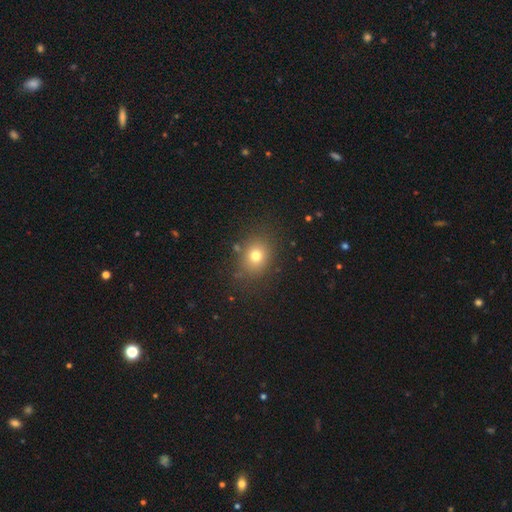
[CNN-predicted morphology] smooth 74%, star or artifact 15%, featured or disk 11%. Down the decision tree: how rounded — round (61%); merging — none (82%).